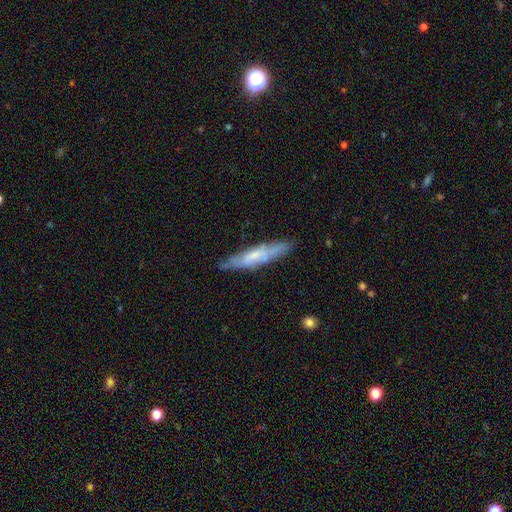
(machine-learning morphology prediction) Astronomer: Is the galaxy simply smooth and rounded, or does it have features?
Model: featured or disk — 49% (runner-up: smooth, 45%).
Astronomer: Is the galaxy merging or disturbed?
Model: none — 75%.